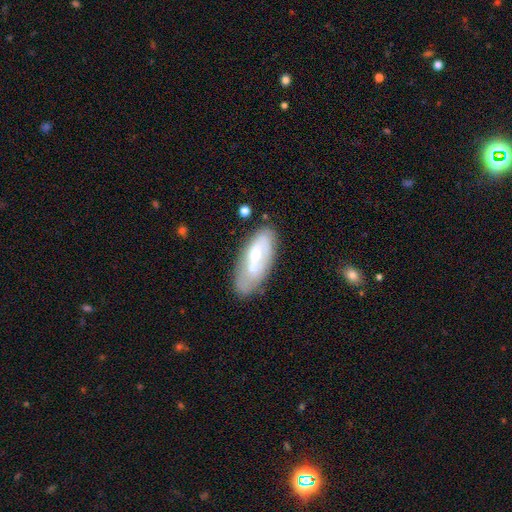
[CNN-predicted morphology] Overall: featured or disk (48%; smooth 45%). Merging: none (58%; minor disturbance 20%).